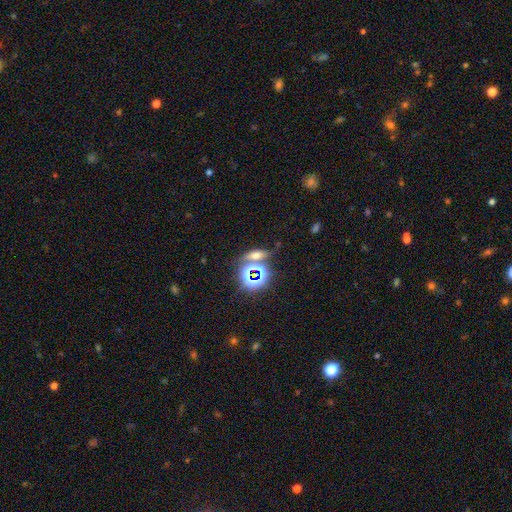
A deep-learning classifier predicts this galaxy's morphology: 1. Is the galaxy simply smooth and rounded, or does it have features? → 42% smooth, 39% star or artifact, 18% featured or disk.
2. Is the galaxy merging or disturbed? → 65% none, 19% merger, 11% minor disturbance, 5% major disturbance.